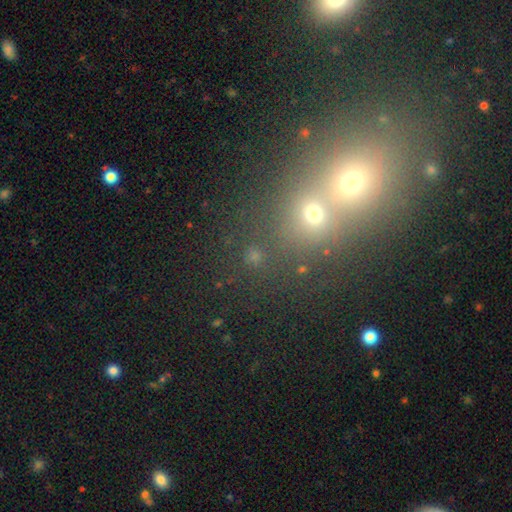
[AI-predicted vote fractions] A smooth galaxy with no disk features (58%) that is round (85%).

Vote fractions:
- Smooth or featured? smooth: 58% / star or artifact: 33% / featured or disk: 9%
- How rounded? round: 85% / in between: 13% / cigar-shaped: 2%
- Merging? none: 72% / merger: 16% / minor disturbance: 8% / major disturbance: 4%